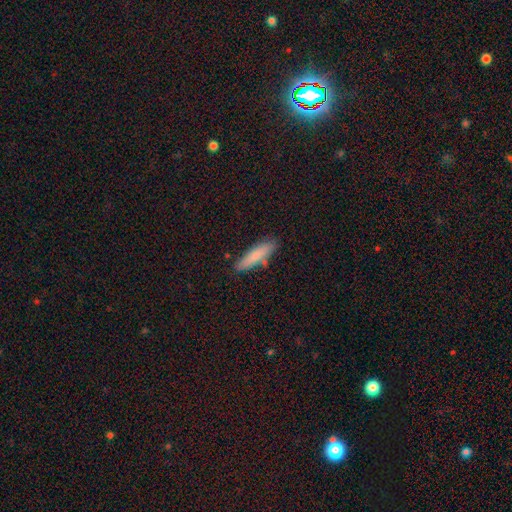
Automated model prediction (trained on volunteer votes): This is likely a smooth galaxy (78%). How rounded: likely cigar-shaped (79%). Merging: clearly none (81%).